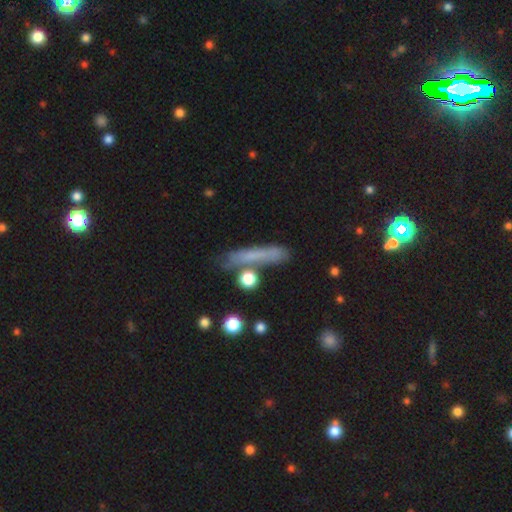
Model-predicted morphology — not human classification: Smooth or featured? Predicted: smooth (p=0.60). How rounded? Predicted: cigar-shaped (p=0.85). Merging? Predicted: none (p=0.64).